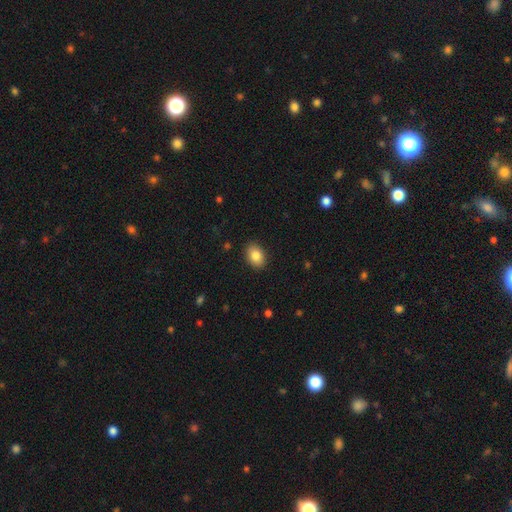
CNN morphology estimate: smooth 85%, star or artifact 8%, featured or disk 7%. Down the decision tree: how rounded — in between (76%); merging — none (89%).